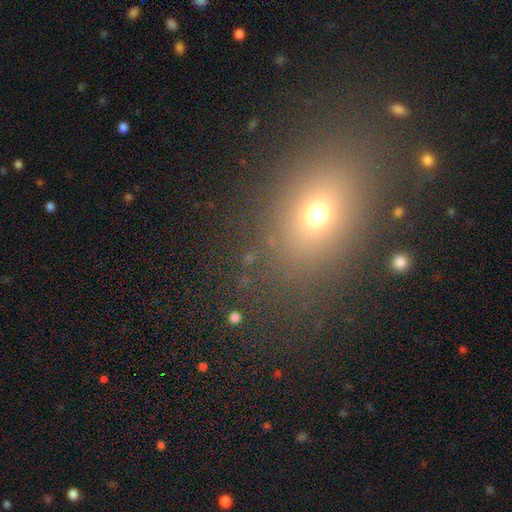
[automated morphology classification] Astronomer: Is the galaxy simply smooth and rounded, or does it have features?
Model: smooth — 62%.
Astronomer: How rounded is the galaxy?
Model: in between — 62%.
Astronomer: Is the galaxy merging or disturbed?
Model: none — 85%.